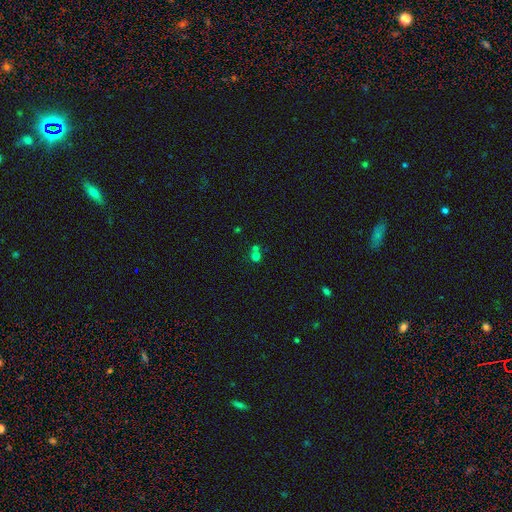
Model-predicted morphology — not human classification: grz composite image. It shows a smooth galaxy with no disk features (63%) that is round (81%). Merging: merger (45%).